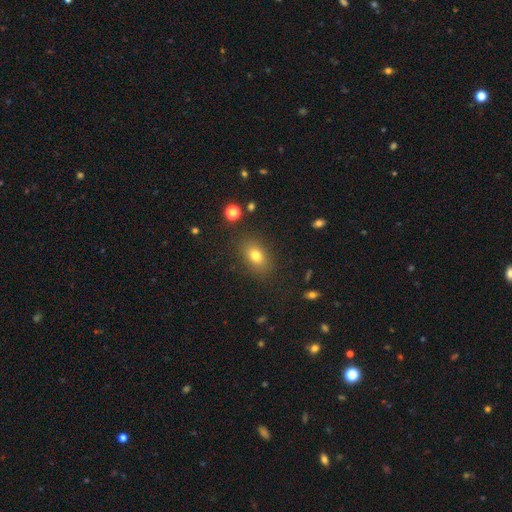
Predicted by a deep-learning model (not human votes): smooth_or_featured: smooth (p=0.76) [alt: star or artifact p=0.12]
how_rounded: in between (p=0.76) [alt: round p=0.22]
merging: none (p=0.84) [alt: minor disturbance p=0.10]